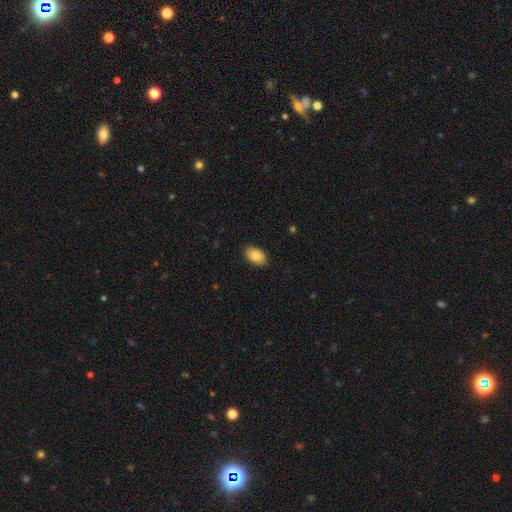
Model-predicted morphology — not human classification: type=smooth (84%); roundness=in between (89%); merging=none (88%).